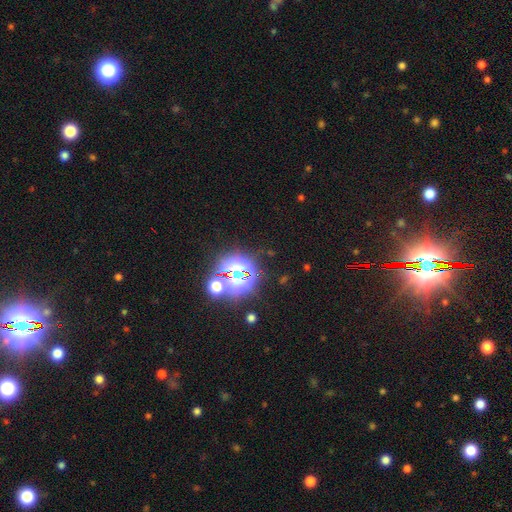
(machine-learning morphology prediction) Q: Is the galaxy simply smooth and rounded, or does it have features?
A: star or artifact — 83%.